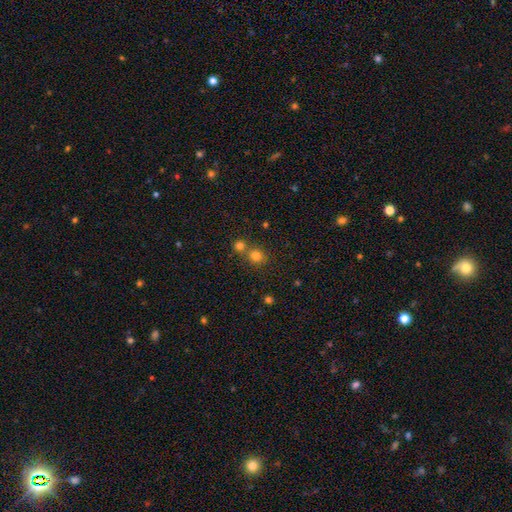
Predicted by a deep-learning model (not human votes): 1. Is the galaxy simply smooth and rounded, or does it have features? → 78% smooth, 16% star or artifact, 6% featured or disk.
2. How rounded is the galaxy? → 83% round, 16% in between, 1% cigar-shaped.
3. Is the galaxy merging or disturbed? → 59% none, 32% merger, 6% minor disturbance, 2% major disturbance.